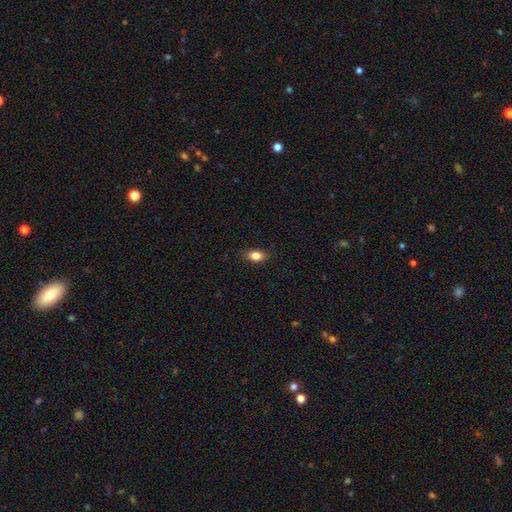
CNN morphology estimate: Smooth or featured? smooth (83%)
How rounded? in between (82%)
Merging? none (85%)